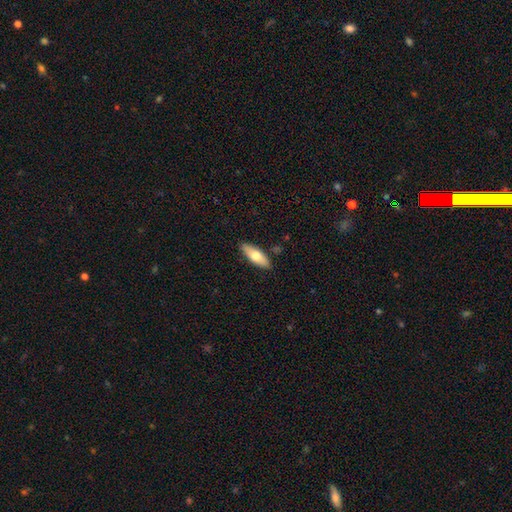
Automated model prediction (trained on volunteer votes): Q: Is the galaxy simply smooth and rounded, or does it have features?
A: smooth — 65%.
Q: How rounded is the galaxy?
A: in between — 70%.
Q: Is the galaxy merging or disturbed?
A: none — 88%.